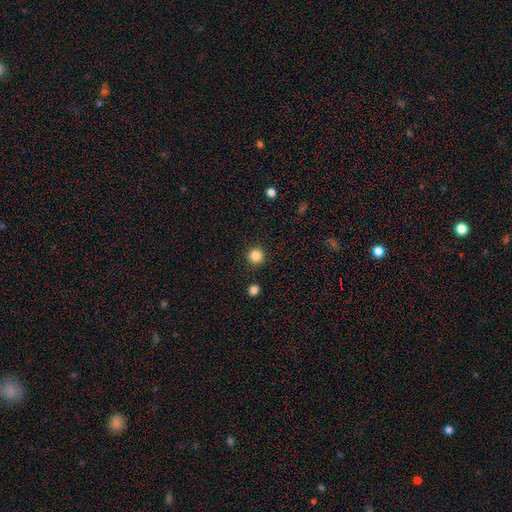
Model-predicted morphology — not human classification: The model was most divided on "smooth or featured": smooth: 85%, star or artifact: 11%, featured or disk: 3%. More confident: how rounded — round (96%); merging — none (92%).